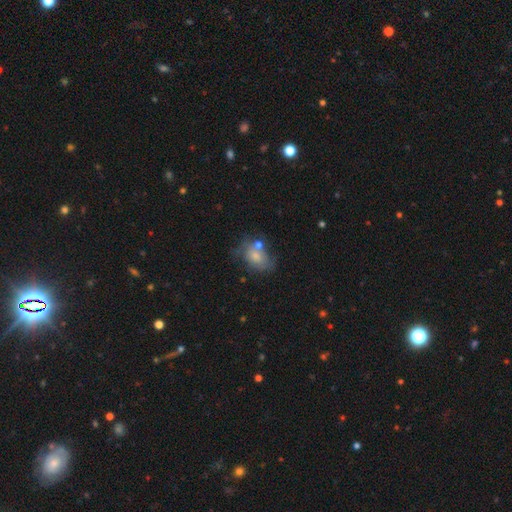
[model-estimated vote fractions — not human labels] smooth 66%, featured or disk 24%, star or artifact 9%. Down the decision tree: how rounded — in between (78%); merging — none (39%).